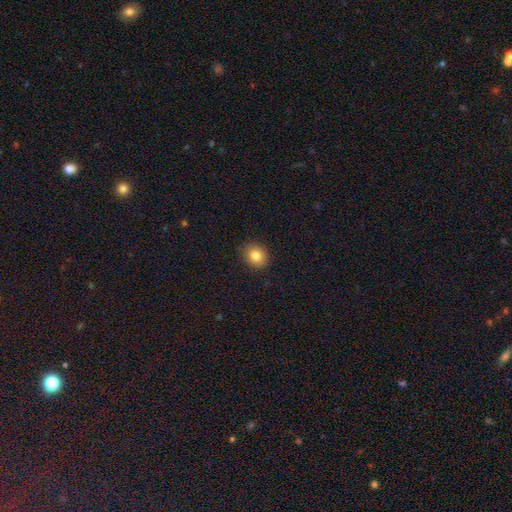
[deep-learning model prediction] This is clearly a smooth galaxy (83%). How rounded: likely round (67%). Merging: clearly none (90%).